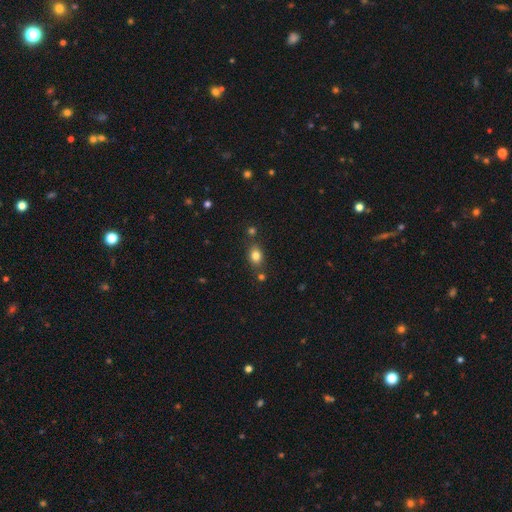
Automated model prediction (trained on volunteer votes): smooth_or_featured: smooth (p=0.80) [alt: star or artifact p=0.12]
how_rounded: in between (p=0.65) [alt: round p=0.33]
merging: none (p=0.74) [alt: minor disturbance p=0.13]